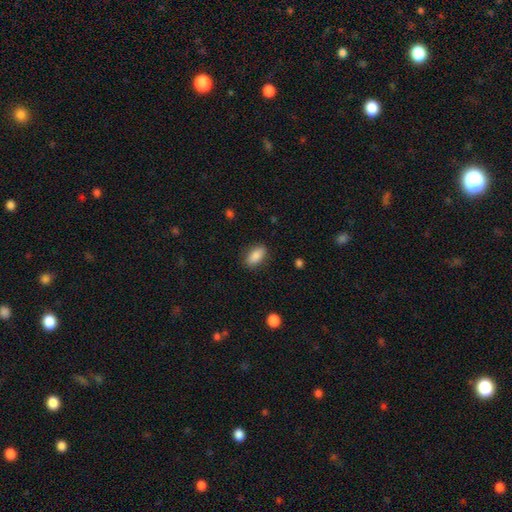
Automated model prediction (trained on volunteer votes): smooth 86%, star or artifact 7%, featured or disk 7%. Down the decision tree: how rounded — in between (88%); merging — none (85%).